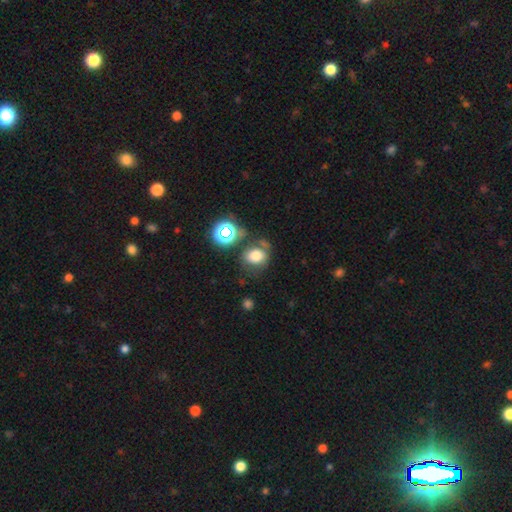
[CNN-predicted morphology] Smooth or featured?
  - smooth: 71% *
  - star or artifact: 17%
  - featured or disk: 12%
How rounded?
  - round: 59% *
  - in between: 40%
  - cigar-shaped: 1%
Merging?
  - none: 58% *
  - minor disturbance: 18%
  - merger: 15%
  - major disturbance: 9%